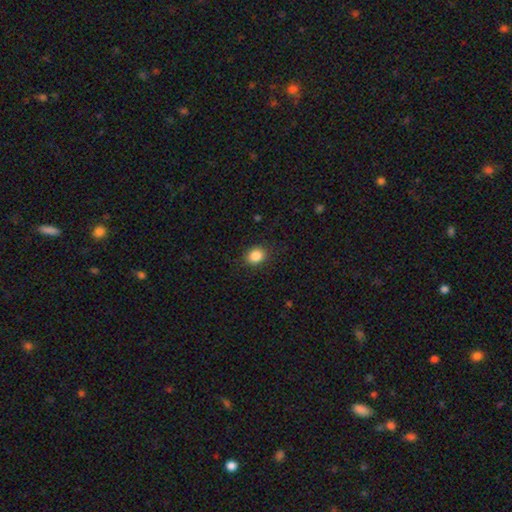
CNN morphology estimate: type=smooth (86%); roundness=round (60%); merging=none (87%).